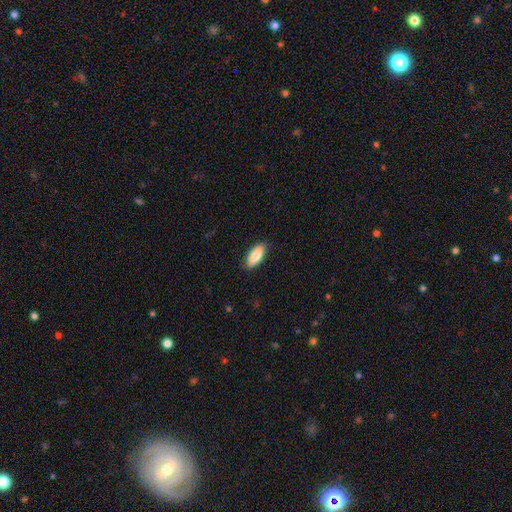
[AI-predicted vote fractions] Overall: smooth (83%). How rounded: in between (78%). Merging: none (87%).